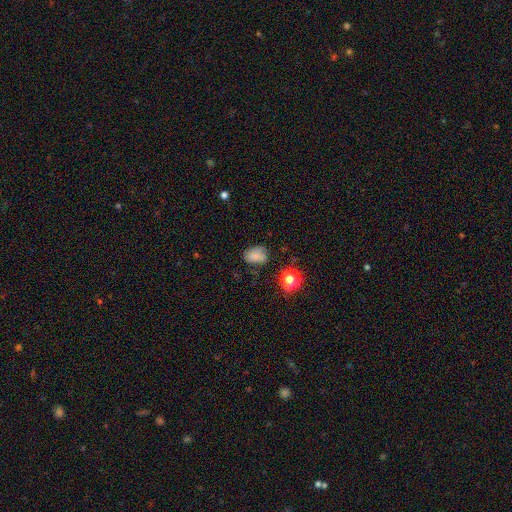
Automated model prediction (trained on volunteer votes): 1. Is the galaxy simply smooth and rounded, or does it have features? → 74% smooth, 15% star or artifact, 11% featured or disk.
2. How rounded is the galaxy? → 74% in between, 25% round, 1% cigar-shaped.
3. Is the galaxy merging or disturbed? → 63% none, 26% minor disturbance, 7% major disturbance, 3% merger.